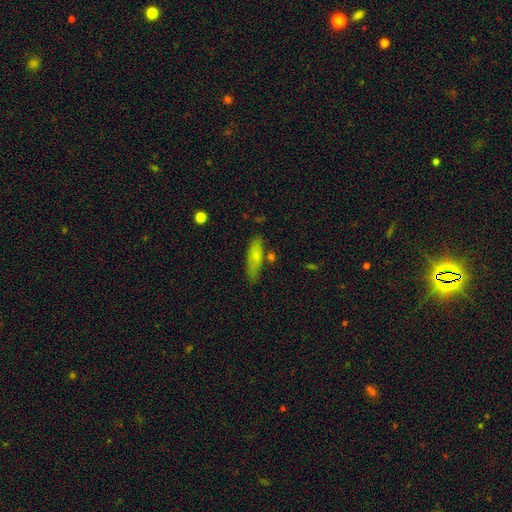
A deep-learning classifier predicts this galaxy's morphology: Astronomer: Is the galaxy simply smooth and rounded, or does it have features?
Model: smooth — 73%.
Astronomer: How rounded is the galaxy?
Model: cigar-shaped — 50% (runner-up: in between, 47%).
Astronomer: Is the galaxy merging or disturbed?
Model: none — 66%.